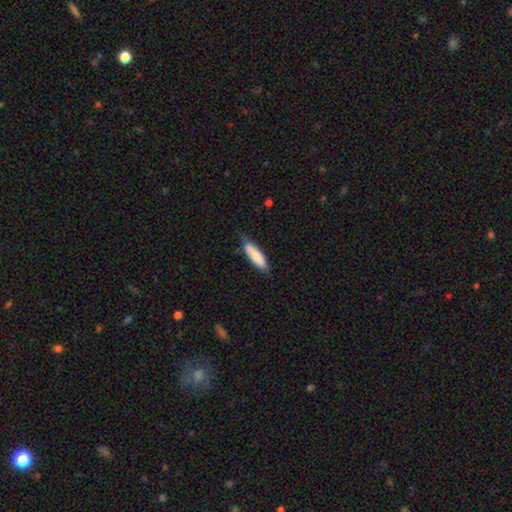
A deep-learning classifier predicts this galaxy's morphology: type=smooth (79%); roundness=cigar-shaped (58%); merging=none (71%).